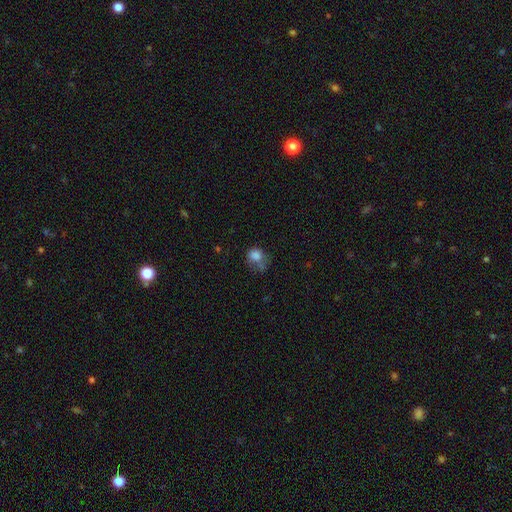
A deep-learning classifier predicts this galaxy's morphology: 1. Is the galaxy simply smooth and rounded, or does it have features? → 77% smooth, 12% featured or disk, 11% star or artifact.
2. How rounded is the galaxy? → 63% round, 36% in between, 1% cigar-shaped.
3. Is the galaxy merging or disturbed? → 33% none, 26% minor disturbance, 25% major disturbance, 16% merger.